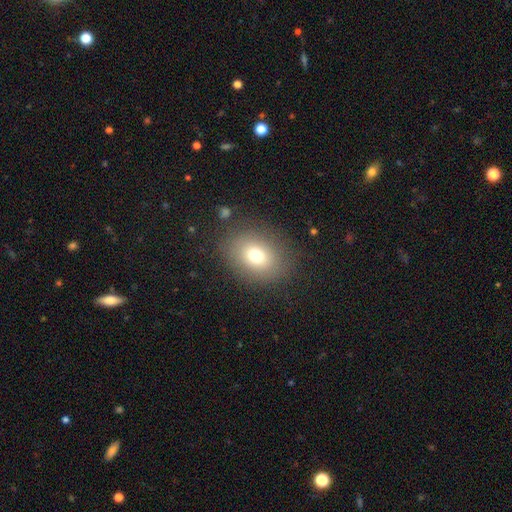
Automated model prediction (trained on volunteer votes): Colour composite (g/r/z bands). It shows a smooth galaxy with no disk features (73%) that is in between round and cigar-shaped (55%). Merging: none (82%).